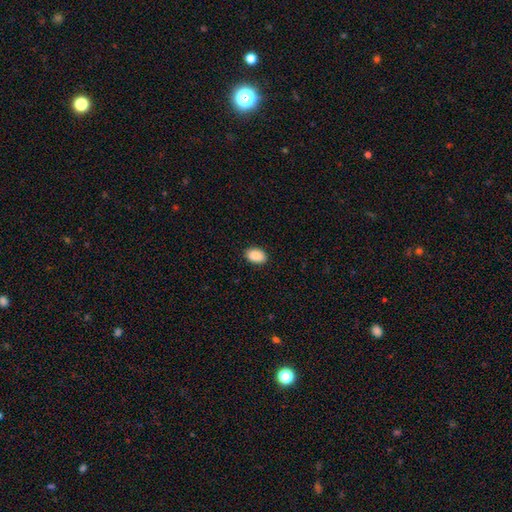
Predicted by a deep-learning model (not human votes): A smooth galaxy with no disk features (91%) that is in between round and cigar-shaped (89%). Merging: none (90%).